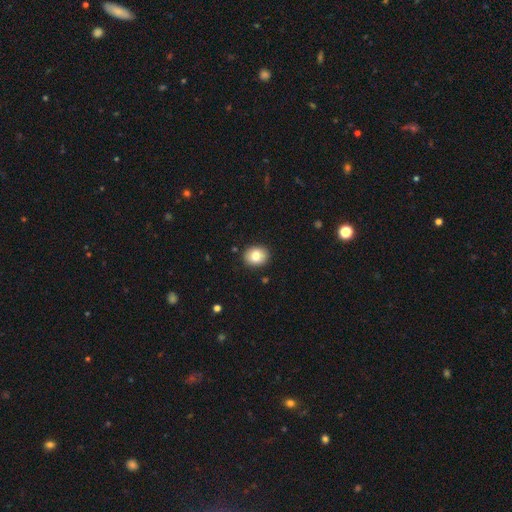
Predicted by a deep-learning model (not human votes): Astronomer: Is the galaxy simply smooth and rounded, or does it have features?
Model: smooth — 80%.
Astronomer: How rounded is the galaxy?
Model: round — 59% (runner-up: in between, 40%).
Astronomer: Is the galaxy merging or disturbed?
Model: none — 90%.